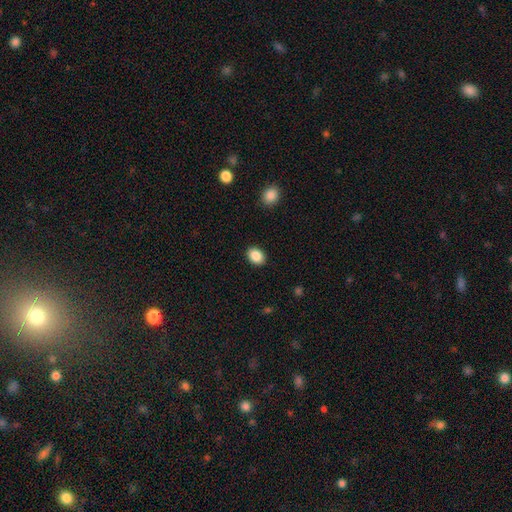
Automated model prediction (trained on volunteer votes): This appears to be a smooth galaxy with no disk features (88%) that is in between round and cigar-shaped (69%). Merging: none (90%).